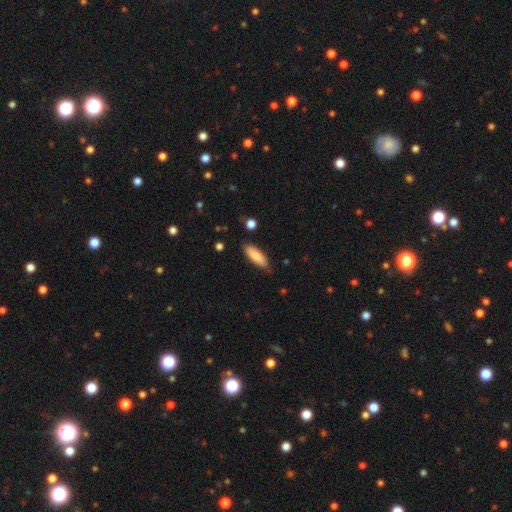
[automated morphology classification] Smooth or featured? Predicted: smooth (p=0.86). How rounded? Predicted: in between (p=0.63). Merging? Predicted: none (p=0.80).